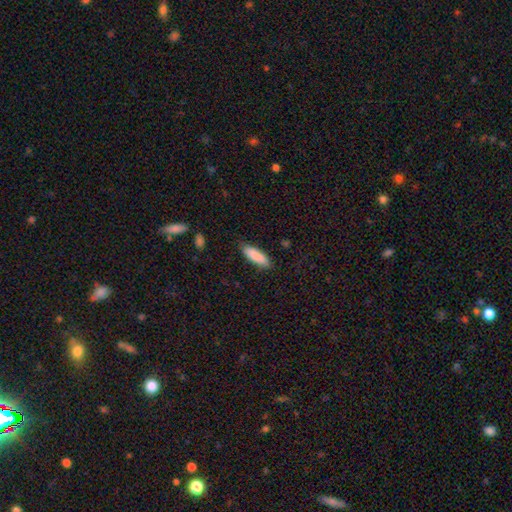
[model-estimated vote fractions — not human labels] Morphology: type=smooth (87%); roundness=cigar-shaped (54%); merging=none (85%).